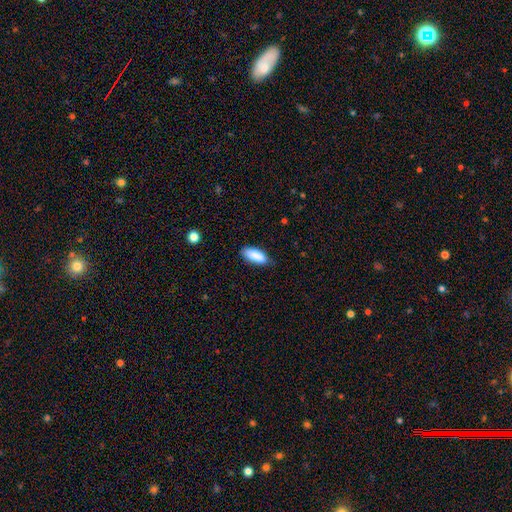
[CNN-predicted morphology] smooth 87%, star or artifact 7%, featured or disk 6%. Down the decision tree: how rounded — in between (80%); merging — none (76%).